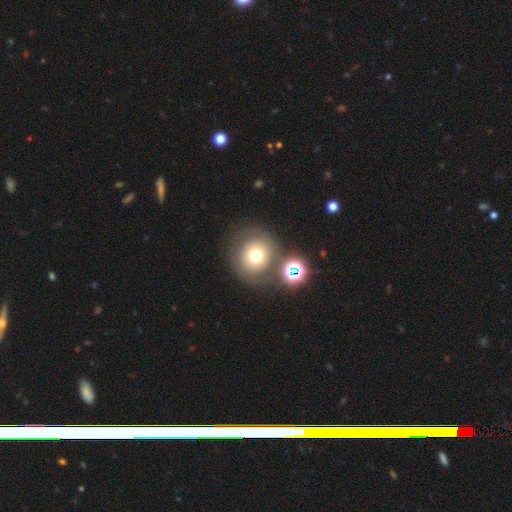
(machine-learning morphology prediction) Smooth or featured? Predicted: smooth (p=0.67). How rounded? Predicted: round (p=0.89). Merging? Predicted: none (p=0.70).